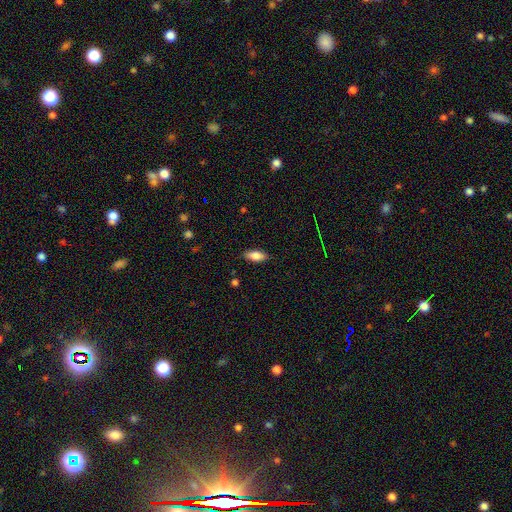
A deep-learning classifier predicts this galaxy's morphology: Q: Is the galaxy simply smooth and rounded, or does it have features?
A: smooth — 81%.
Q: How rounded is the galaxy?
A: in between — 82%.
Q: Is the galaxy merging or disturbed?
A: none — 87%.